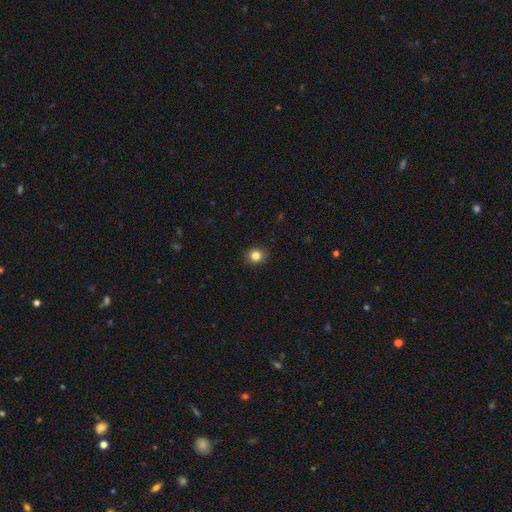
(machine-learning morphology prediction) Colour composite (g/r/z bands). It shows a smooth galaxy with no disk features (84%) that is round (86%). Merging: none (91%).